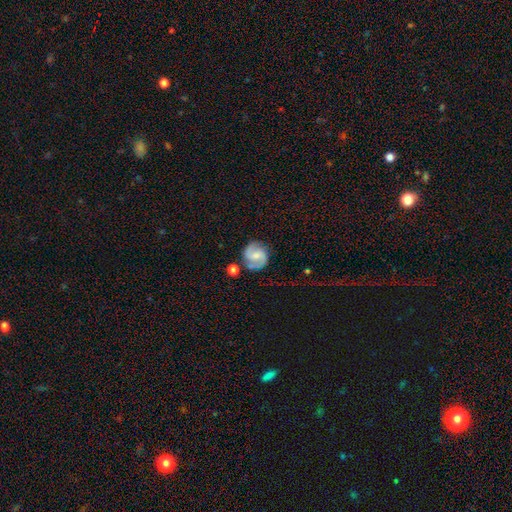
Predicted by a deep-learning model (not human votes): This appears to be a featured or disk galaxy (78%) with a weak bar (48%), 2 (91%) medium (53%) spiral arms (96%) and a small central bulge (43%). Merging: none (75%).